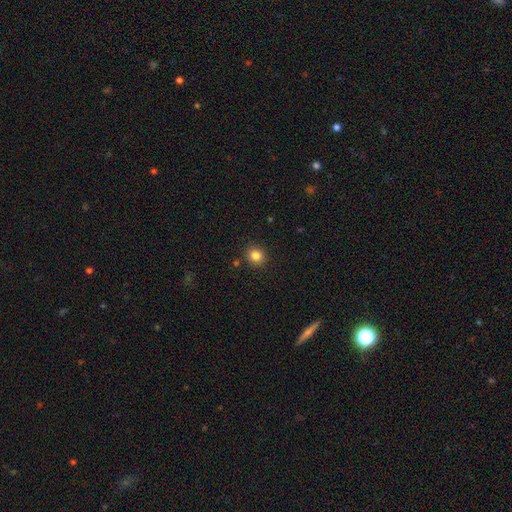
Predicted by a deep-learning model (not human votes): Overall: smooth (83%). How rounded: round (85%). Merging: none (89%).